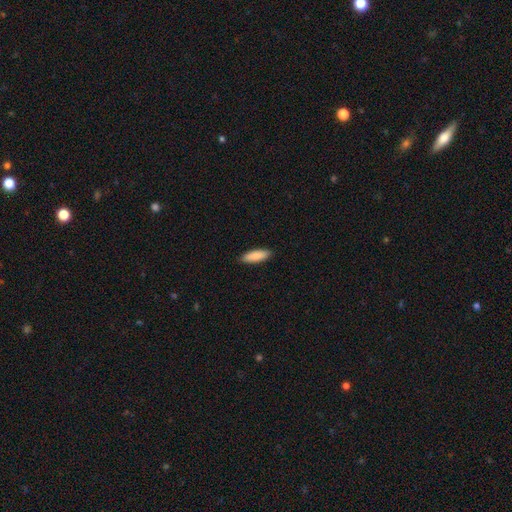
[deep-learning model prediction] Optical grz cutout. It shows a smooth galaxy with no disk features (87%) that is in between round and cigar-shaped (57%). Merging: none (89%).